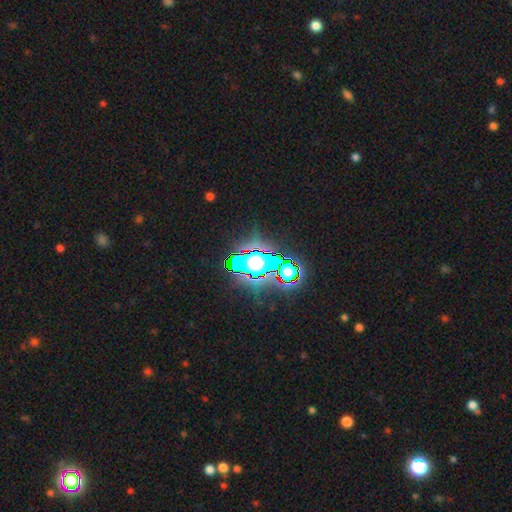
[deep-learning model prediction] Smooth or featured? star or artifact (78%)